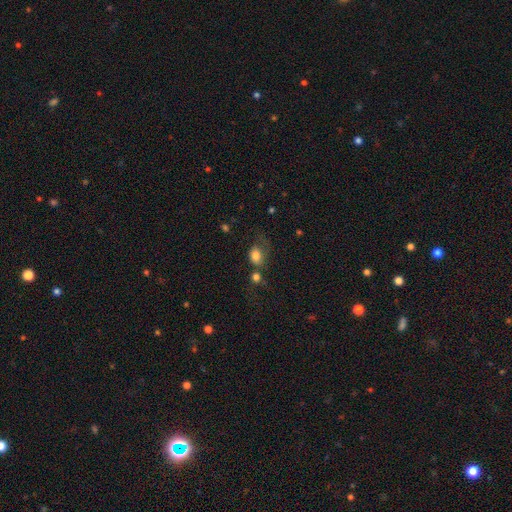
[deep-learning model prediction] The model was most divided on "merging": none: 32%, major disturbance: 25%, minor disturbance: 22%, merger: 20%. More confident: smooth or featured — smooth (78%); how rounded — in between (63%).